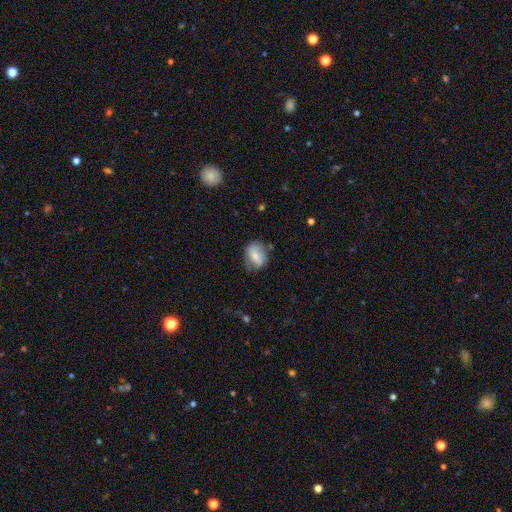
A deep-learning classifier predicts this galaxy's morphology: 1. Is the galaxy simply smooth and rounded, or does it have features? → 69% smooth, 23% featured or disk, 8% star or artifact.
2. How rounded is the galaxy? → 64% in between, 35% round, 1% cigar-shaped.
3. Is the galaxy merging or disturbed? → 60% none, 28% minor disturbance, 9% major disturbance, 3% merger.